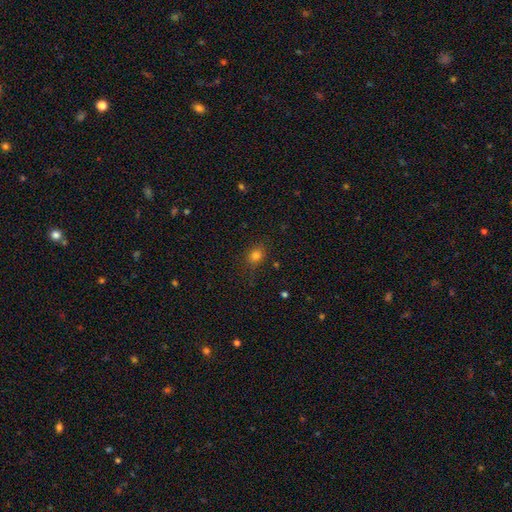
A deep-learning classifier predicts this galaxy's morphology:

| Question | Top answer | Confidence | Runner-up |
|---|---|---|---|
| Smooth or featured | smooth | 79% | star or artifact (14%) |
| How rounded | round | 52% | in between (47%) |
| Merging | none | 81% | minor disturbance (14%) |